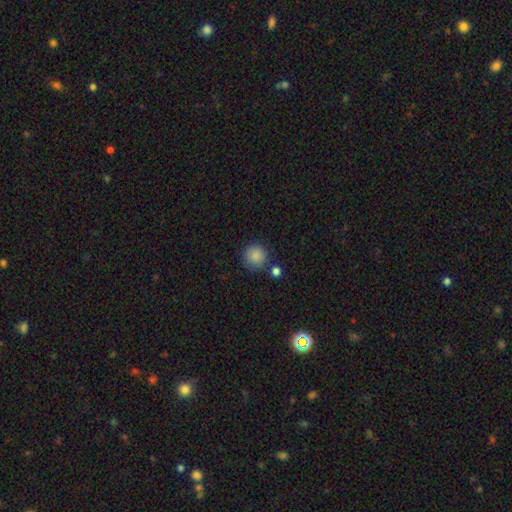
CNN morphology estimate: This appears to be a smooth galaxy with no disk features (86%) that is round (93%). Merging: none (77%).